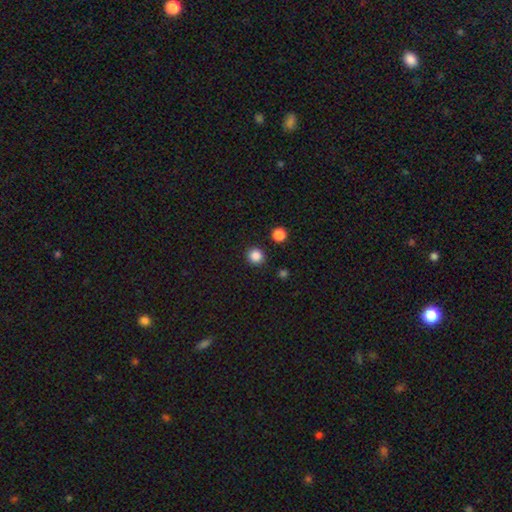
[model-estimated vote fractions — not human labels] This appears to be a smooth galaxy with no disk features (86%) that is round (92%). Merging: none (90%).